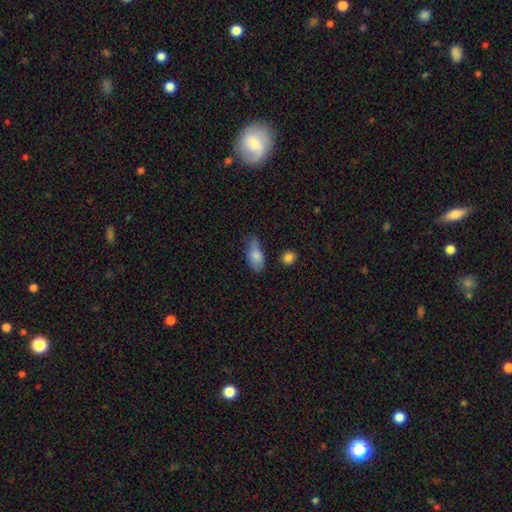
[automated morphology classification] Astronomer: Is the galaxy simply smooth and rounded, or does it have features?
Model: smooth — 81%.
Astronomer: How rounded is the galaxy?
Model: in between — 88%.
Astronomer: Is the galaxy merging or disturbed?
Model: none — 50% (runner-up: minor disturbance, 35%).